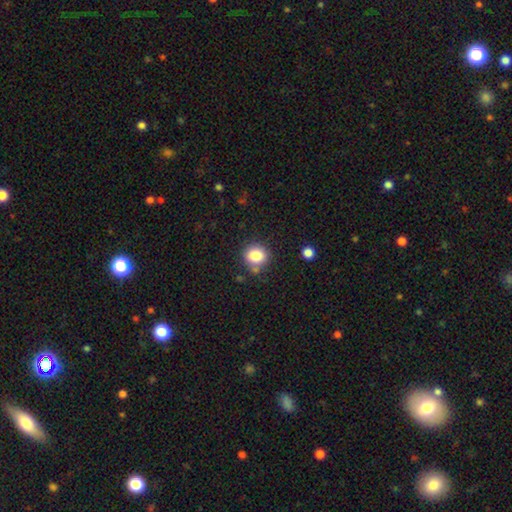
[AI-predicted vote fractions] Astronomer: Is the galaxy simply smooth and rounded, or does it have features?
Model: smooth — 82%.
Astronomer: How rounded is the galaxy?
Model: round — 76%.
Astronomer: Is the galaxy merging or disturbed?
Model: none — 77%.